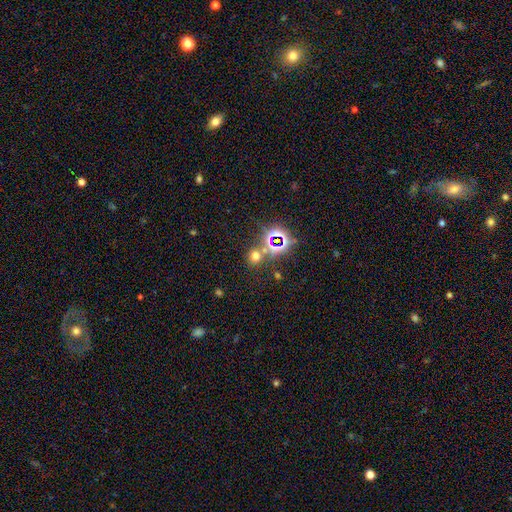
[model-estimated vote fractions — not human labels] The model was most divided on "smooth or featured": smooth: 55%, star or artifact: 38%, featured or disk: 7%. More confident: how rounded — round (81%); merging — none (73%).